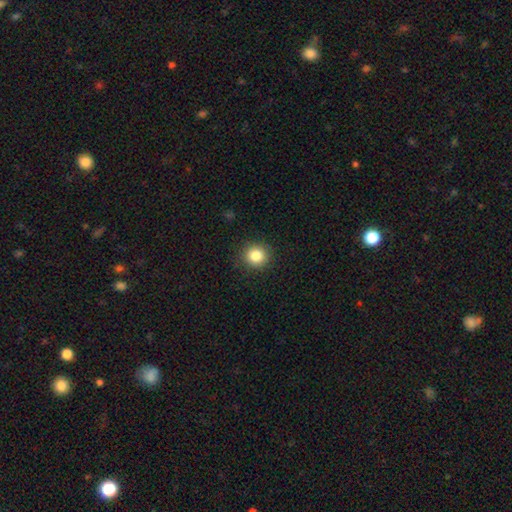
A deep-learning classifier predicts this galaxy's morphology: This appears to be a smooth galaxy with no disk features (84%) that is round (90%). Merging: none (90%).